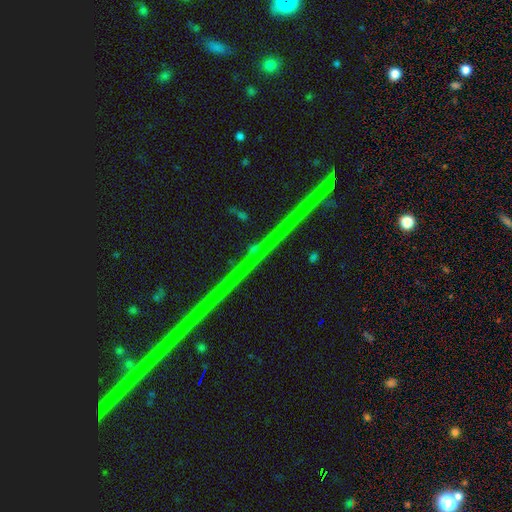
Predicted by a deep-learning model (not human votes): Overall: star or artifact (84%).